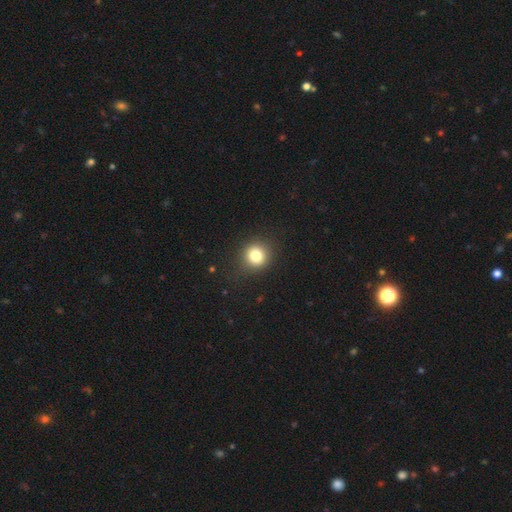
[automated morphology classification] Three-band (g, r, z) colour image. It shows a smooth galaxy with no disk features (81%) that is round (90%). Merging: none (87%).